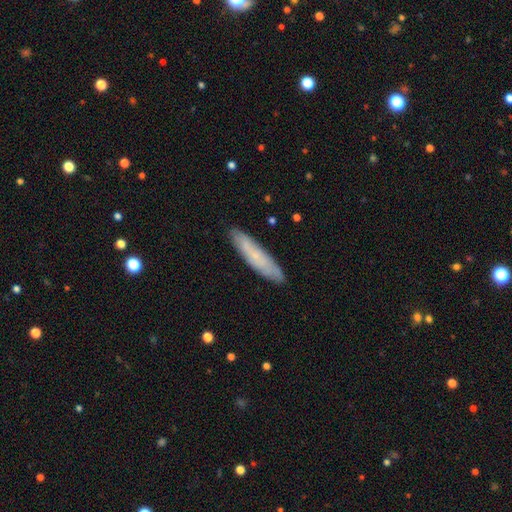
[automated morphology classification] Smooth or featured?
  - smooth: 54% *
  - featured or disk: 38%
  - star or artifact: 8%
How rounded?
  - cigar-shaped: 79% *
  - in between: 20%
  - round: 2%
Merging?
  - none: 85% *
  - minor disturbance: 11%
  - major disturbance: 2%
  - merger: 1%